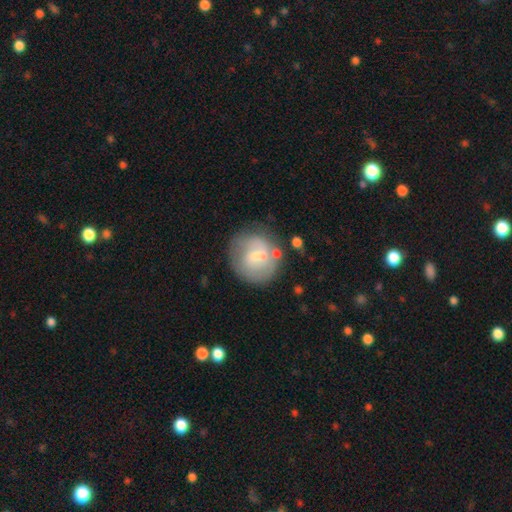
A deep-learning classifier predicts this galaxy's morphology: Smooth or featured? featured or disk (48%)
Merging? none (67%)